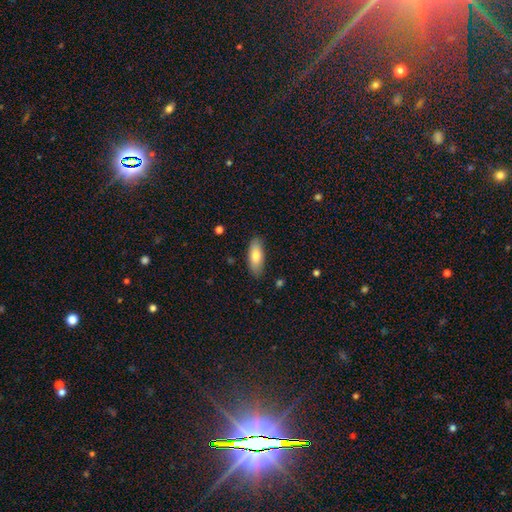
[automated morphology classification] Overall: smooth (76%). How rounded: in between (77%). Merging: none (86%).